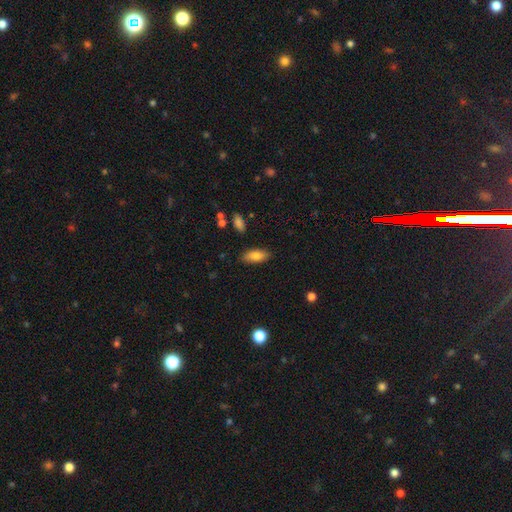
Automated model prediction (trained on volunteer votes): The model was most divided on "how rounded": in between: 84%, cigar-shaped: 14%, round: 2%. More confident: merging — none (83%); smooth or featured — smooth (82%).